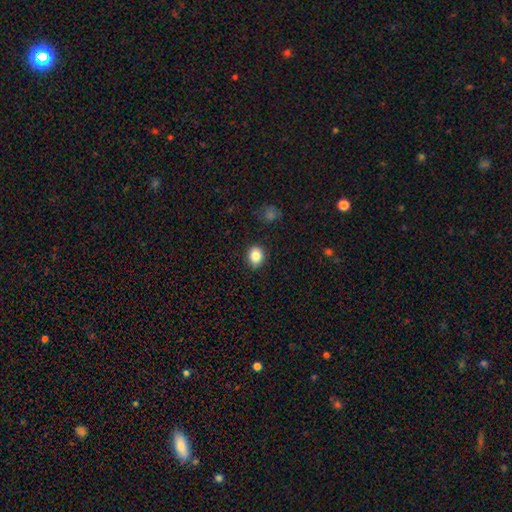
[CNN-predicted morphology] Smooth or featured: smooth — 85% (star or artifact — 10%)
How rounded: round — 64% (in between — 35%)
Merging: none — 88% (minor disturbance — 8%)